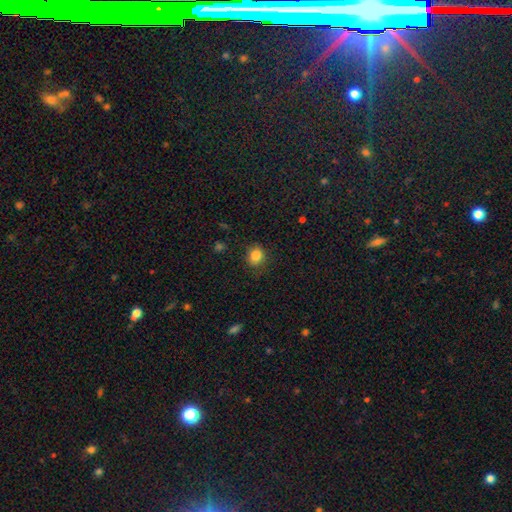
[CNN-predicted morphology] This appears to be a smooth galaxy with no disk features (85%) that is round (74%). Merging: none (82%).